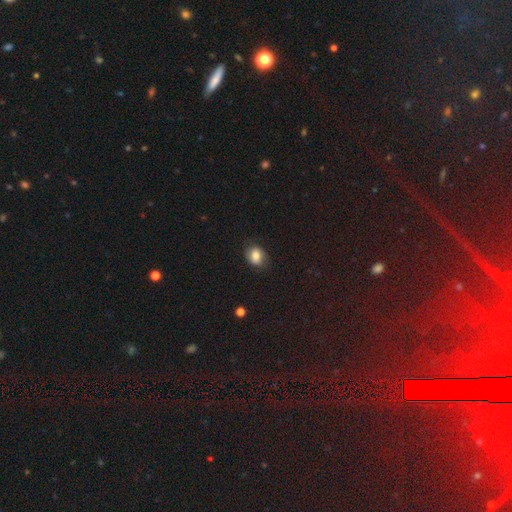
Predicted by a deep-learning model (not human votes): Smooth or featured?
  - smooth: 78% *
  - featured or disk: 13%
  - star or artifact: 9%
How rounded?
  - in between: 56% *
  - round: 43%
  - cigar-shaped: 1%
Merging?
  - none: 77% *
  - minor disturbance: 17%
  - major disturbance: 5%
  - merger: 1%